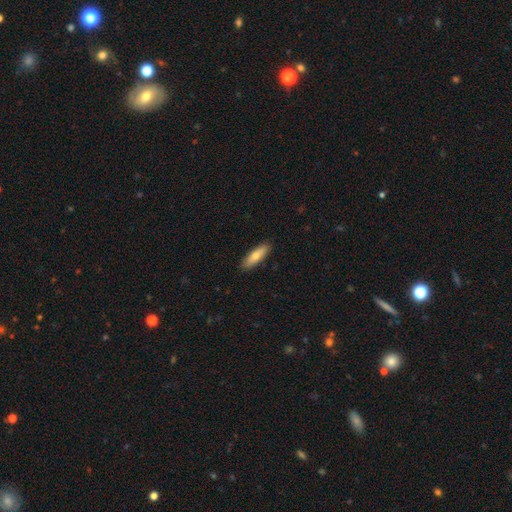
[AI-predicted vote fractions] This appears to be a smooth galaxy with no disk features (70%) that is cigar-shaped (58%). Merging: none (90%).